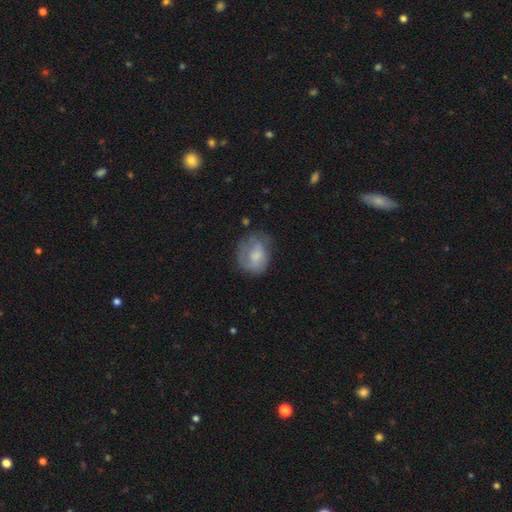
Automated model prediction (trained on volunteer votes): Smooth or featured? smooth (55%)
How rounded? round (52%)
Merging? none (51%)